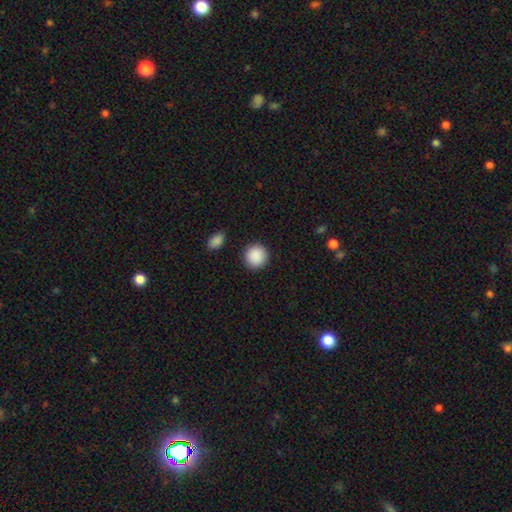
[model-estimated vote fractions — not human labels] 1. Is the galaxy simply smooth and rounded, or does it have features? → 90% smooth, 8% star or artifact, 3% featured or disk.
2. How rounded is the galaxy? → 92% round, 7% in between, 1% cigar-shaped.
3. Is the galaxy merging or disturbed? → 90% none, 6% minor disturbance, 2% major disturbance, 2% merger.